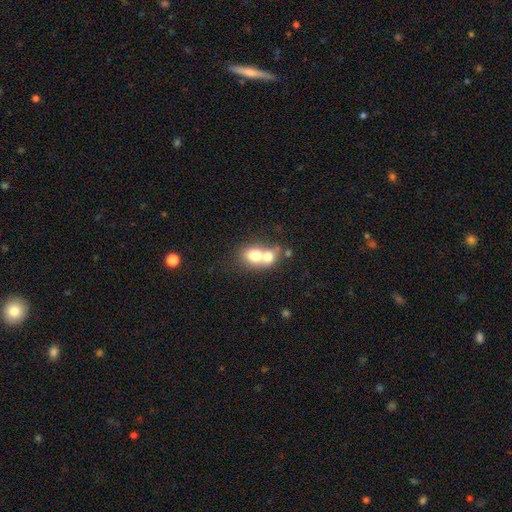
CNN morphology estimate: Smooth or featured: smooth — 70% (featured or disk — 21%)
How rounded: round — 50% (in between — 49%)
Merging: merger — 71% (none — 20%)